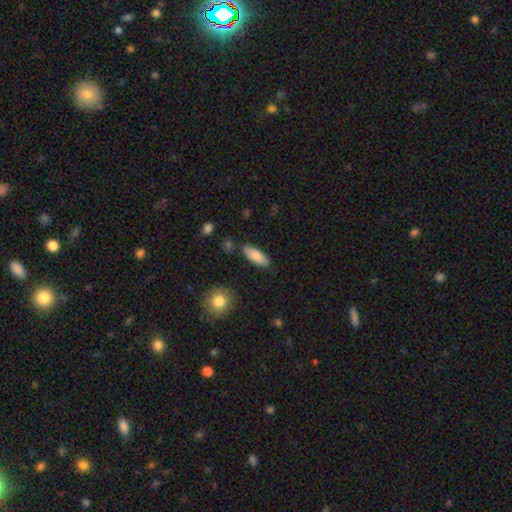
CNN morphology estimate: smooth 84%, featured or disk 10%, star or artifact 6%. Down the decision tree: how rounded — in between (75%); merging — none (82%).